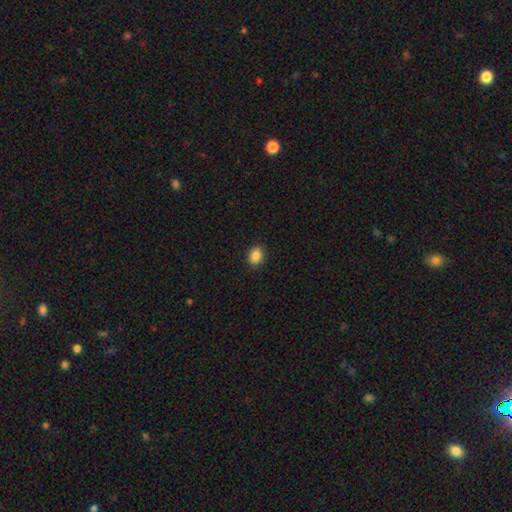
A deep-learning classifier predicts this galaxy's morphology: smooth-or-featured: smooth: 88% | star or artifact: 9% | featured or disk: 3%
  how-rounded: in between: 65% | round: 33% | cigar-shaped: 1%
  merging: none: 90% | minor disturbance: 8% | major disturbance: 2% | merger: 1%